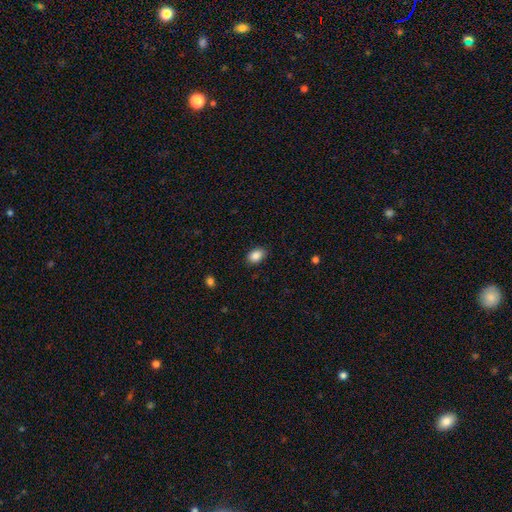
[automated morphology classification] Smooth or featured?
  - smooth: 87% *
  - star or artifact: 8%
  - featured or disk: 5%
How rounded?
  - in between: 82% *
  - round: 17%
  - cigar-shaped: 1%
Merging?
  - none: 86% *
  - minor disturbance: 10%
  - major disturbance: 2%
  - merger: 1%